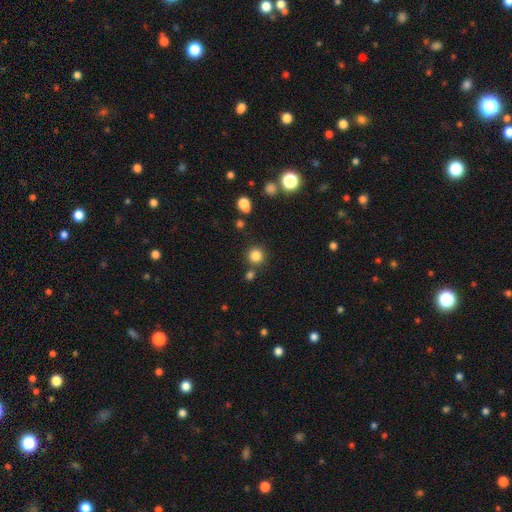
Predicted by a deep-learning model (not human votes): Overall: smooth (83%). How rounded: round (93%). Merging: none (81%).